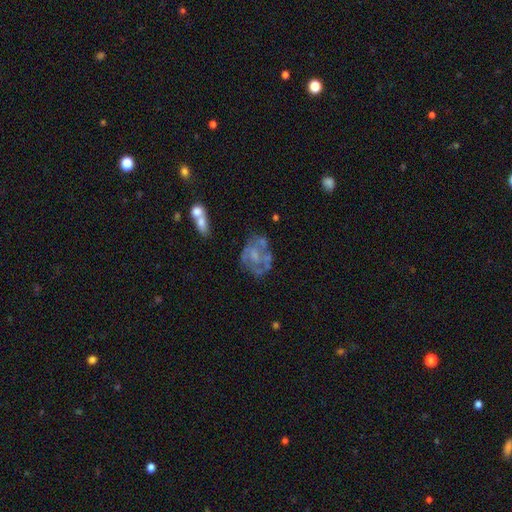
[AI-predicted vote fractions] Overall: featured or disk (67%). Edge-on disk: no (97%). Bar: no (75%). Spiral arms: no (68%; yes 32%). Bulge size: none (37%; small 30%). Merging: none (51%; minor disturbance 22%).